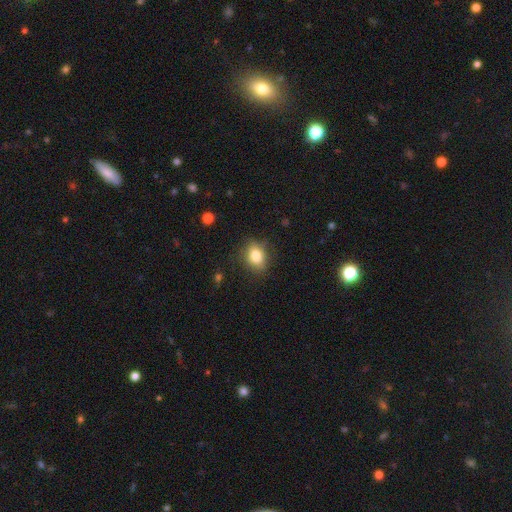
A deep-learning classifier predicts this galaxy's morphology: Overall: smooth (81%). How rounded: in between (57%; round 42%). Merging: none (76%).